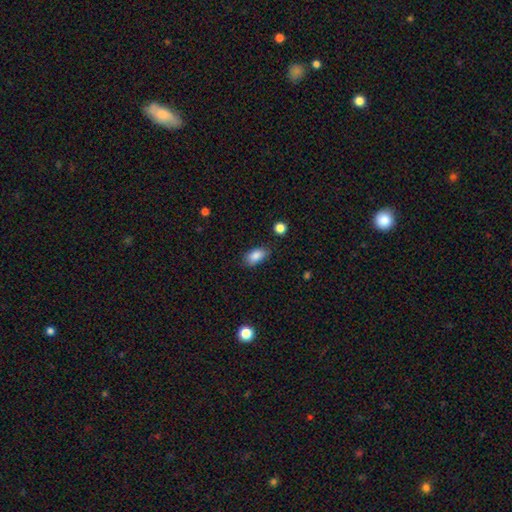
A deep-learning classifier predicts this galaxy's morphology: smooth 86%, star or artifact 8%, featured or disk 6%. Down the decision tree: how rounded — in between (91%); merging — none (80%).